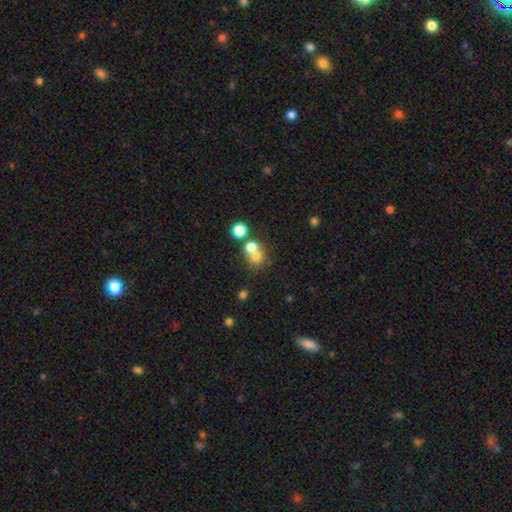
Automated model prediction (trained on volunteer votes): smooth_or_featured: smooth (p=0.69) [alt: star or artifact p=0.17]
how_rounded: round (p=0.81) [alt: in between p=0.18]
merging: merger (p=0.46) [alt: none p=0.43]